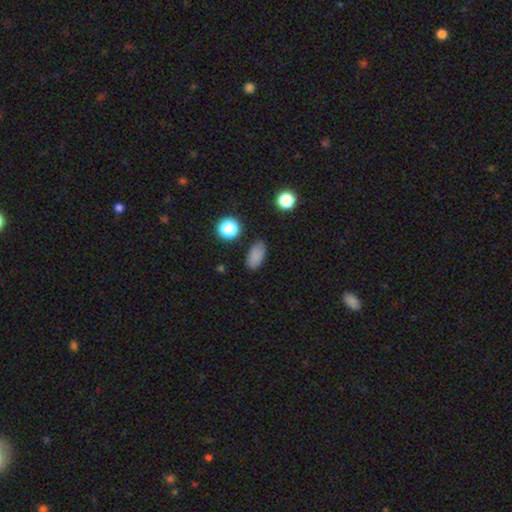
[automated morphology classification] Smooth or featured? smooth (83%)
How rounded? in between (90%)
Merging? none (84%)